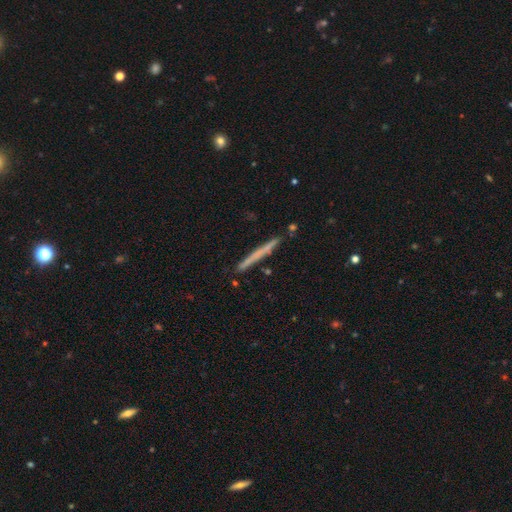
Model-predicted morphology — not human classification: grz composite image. It shows a smooth galaxy with no disk features (52%) that is cigar-shaped (97%). Merging: none (89%).